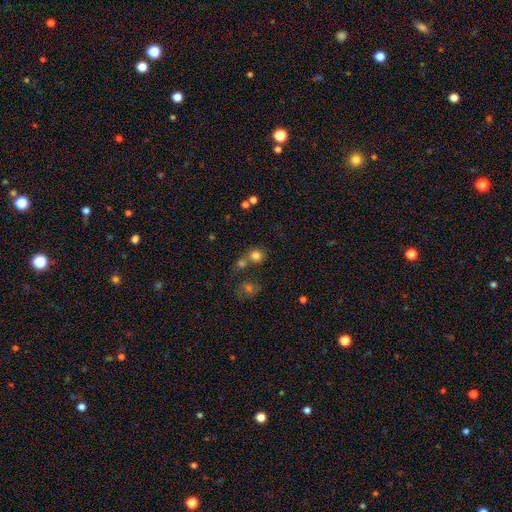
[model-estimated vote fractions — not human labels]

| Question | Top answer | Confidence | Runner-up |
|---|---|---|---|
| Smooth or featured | smooth | 78% | star or artifact (13%) |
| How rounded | round | 86% | in between (13%) |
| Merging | none | 57% | merger (29%) |